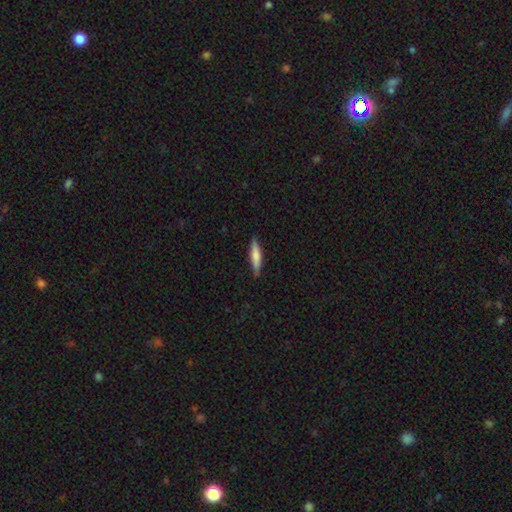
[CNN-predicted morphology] Smooth or featured?
  - smooth: 70% *
  - featured or disk: 25%
  - star or artifact: 6%
How rounded?
  - cigar-shaped: 80% *
  - in between: 18%
  - round: 1%
Merging?
  - none: 85% *
  - minor disturbance: 12%
  - major disturbance: 2%
  - merger: 1%